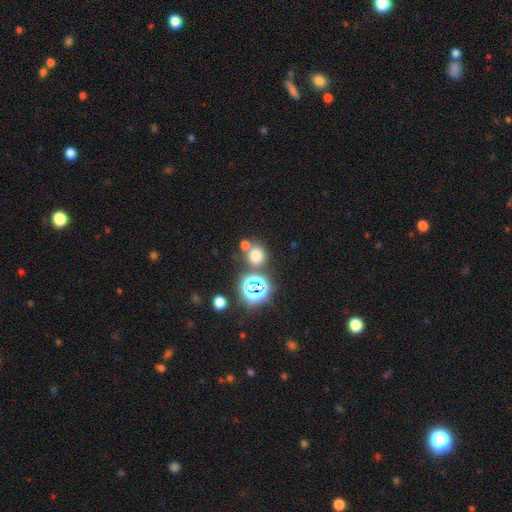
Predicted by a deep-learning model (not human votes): Smooth or featured?
  - smooth: 65% *
  - star or artifact: 27%
  - featured or disk: 8%
How rounded?
  - round: 83% *
  - in between: 16%
  - cigar-shaped: 1%
Merging?
  - none: 67% *
  - merger: 19%
  - minor disturbance: 9%
  - major disturbance: 4%